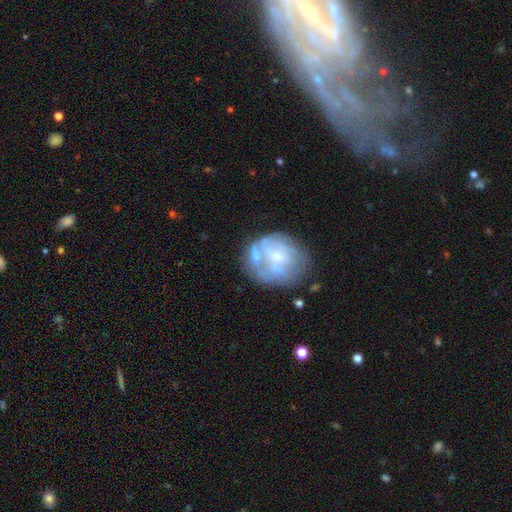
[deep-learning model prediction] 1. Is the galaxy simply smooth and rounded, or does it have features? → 55% featured or disk, 35% smooth, 10% star or artifact.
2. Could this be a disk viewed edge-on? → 97% no, 3% yes.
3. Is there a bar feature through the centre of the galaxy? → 73% no, 21% weak, 6% strong.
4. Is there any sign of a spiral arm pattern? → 72% no, 28% yes.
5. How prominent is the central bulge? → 42% small, 33% moderate, 19% none, 4% large, 2% dominant.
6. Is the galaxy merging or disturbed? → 42% none, 21% minor disturbance, 20% major disturbance, 17% merger.